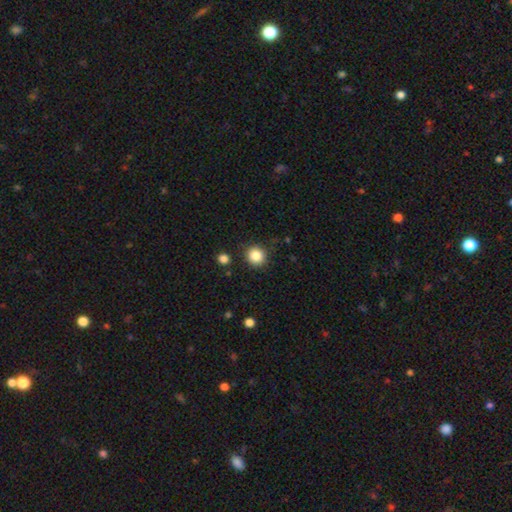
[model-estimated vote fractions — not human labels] Morphology: type=smooth (85%); roundness=round (90%); merging=none (87%).